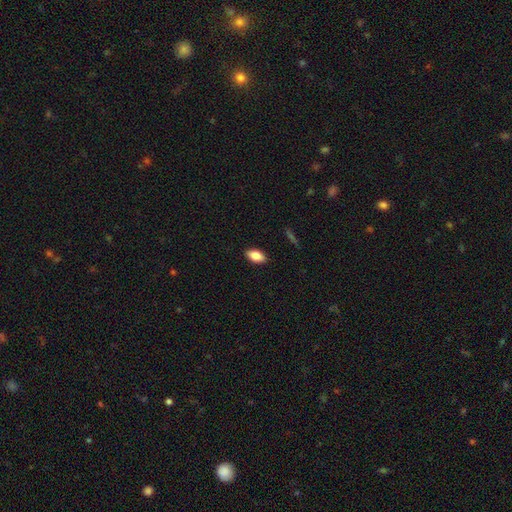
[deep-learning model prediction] smooth_or_featured: smooth (p=0.84) [alt: featured or disk p=0.09]
how_rounded: in between (p=0.91) [alt: cigar-shaped p=0.05]
merging: none (p=0.89) [alt: minor disturbance p=0.08]